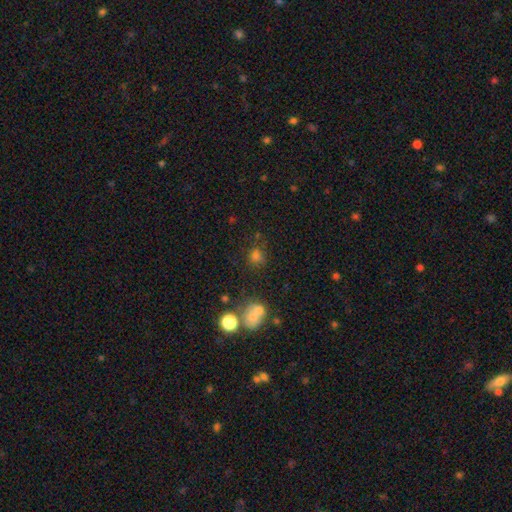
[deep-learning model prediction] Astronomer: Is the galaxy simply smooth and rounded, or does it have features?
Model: smooth — 69%.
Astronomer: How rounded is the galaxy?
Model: round — 72%.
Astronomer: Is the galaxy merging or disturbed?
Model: none — 64%.